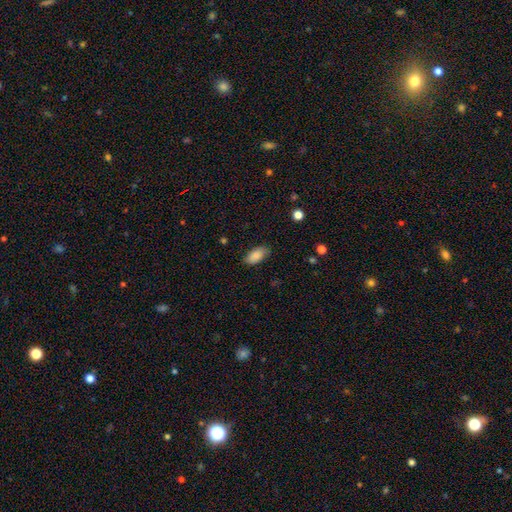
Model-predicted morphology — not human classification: A smooth galaxy with no disk features (87%) that is in between round and cigar-shaped (93%). Merging: none (83%).